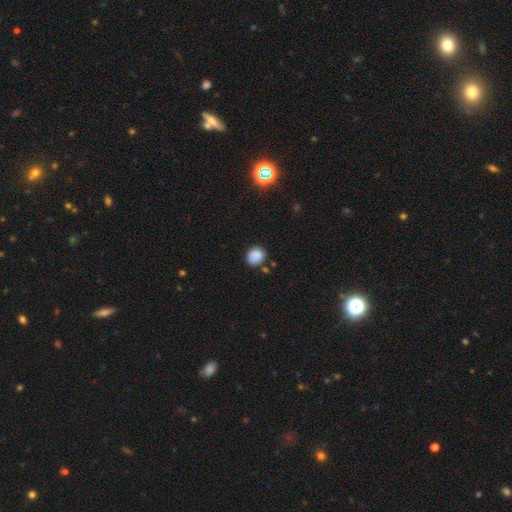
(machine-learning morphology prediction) A smooth galaxy with no disk features (86%) that is round (76%). Merging: none (77%).